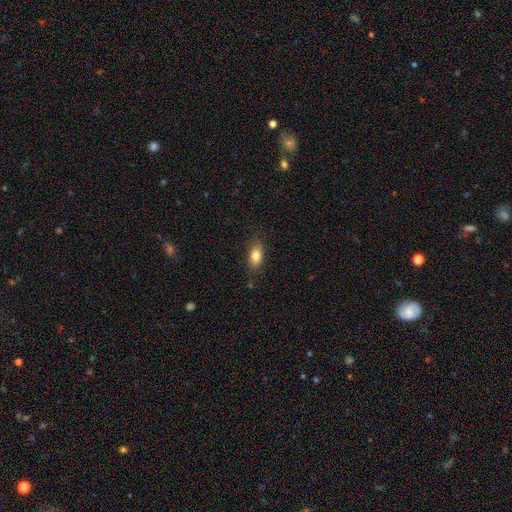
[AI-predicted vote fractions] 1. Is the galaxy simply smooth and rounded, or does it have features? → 81% smooth, 10% featured or disk, 8% star or artifact.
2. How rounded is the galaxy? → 86% in between, 8% round, 6% cigar-shaped.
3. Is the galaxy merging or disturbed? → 83% none, 13% minor disturbance, 3% major disturbance, 1% merger.